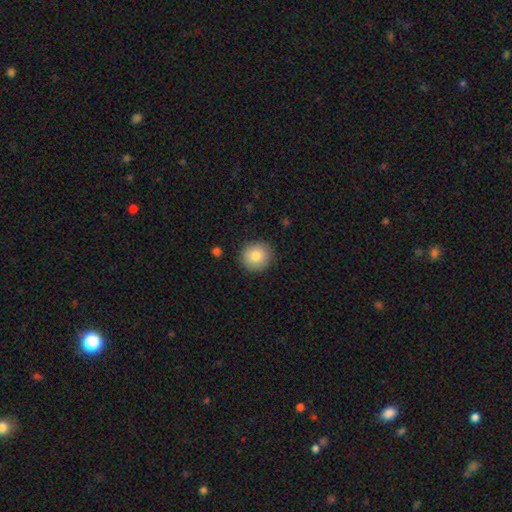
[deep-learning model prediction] A smooth galaxy with no disk features (84%) that is round (88%). Merging: none (89%).